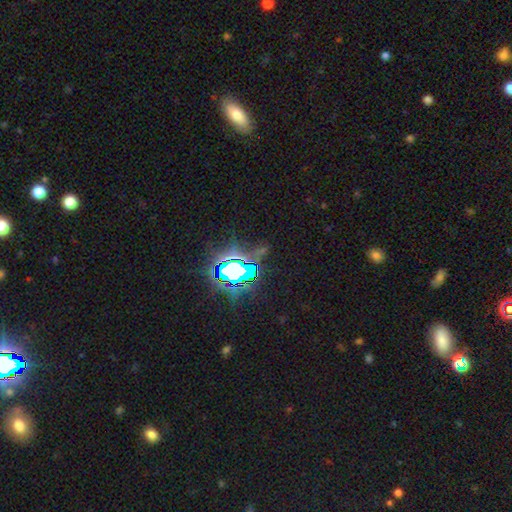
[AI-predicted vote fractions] star or artifact 75%, smooth 14%, featured or disk 11%.